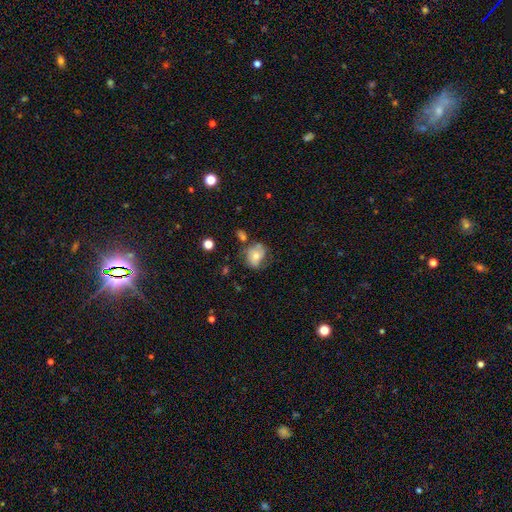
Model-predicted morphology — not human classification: This appears to be a smooth galaxy with no disk features (55%) that is round (55%). Merging: none (49%).